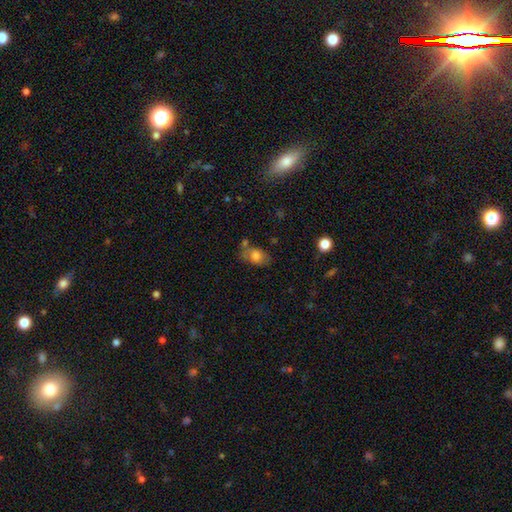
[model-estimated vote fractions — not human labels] The model was most divided on "merging": none: 52%, minor disturbance: 23%, merger: 16%, major disturbance: 9%. More confident: how rounded — in between (78%); smooth or featured — smooth (73%).